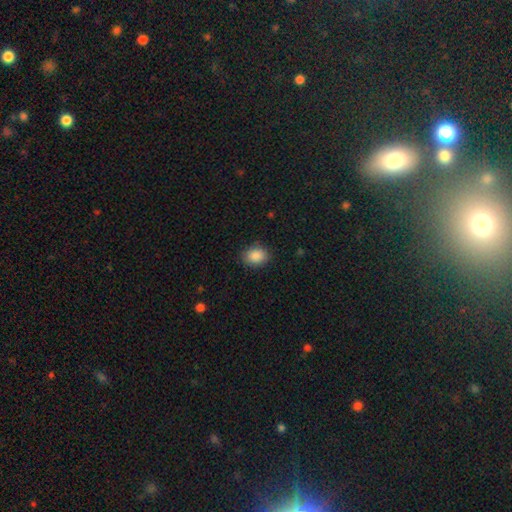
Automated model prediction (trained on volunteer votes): Overall: smooth (88%). How rounded: in between (62%; round 37%). Merging: none (86%).